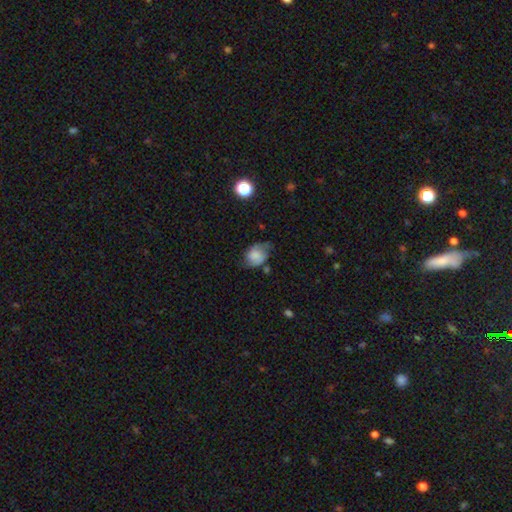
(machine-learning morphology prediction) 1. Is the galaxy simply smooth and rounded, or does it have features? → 53% smooth, 37% featured or disk, 10% star or artifact.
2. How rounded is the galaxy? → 58% in between, 41% round, 1% cigar-shaped.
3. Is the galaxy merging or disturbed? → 52% none, 32% minor disturbance, 13% major disturbance, 3% merger.